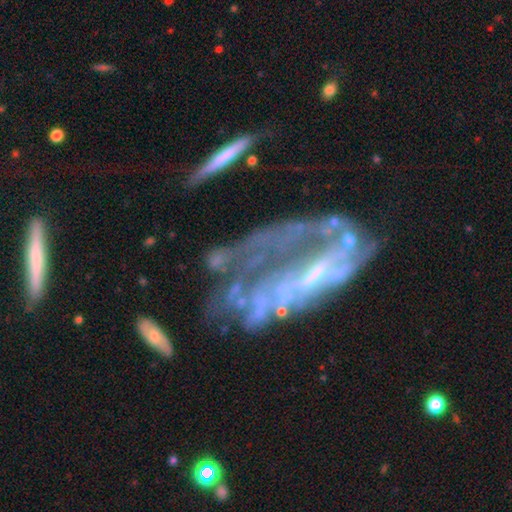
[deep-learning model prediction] A featured or disk galaxy (72%) with no bar (45%), spiral arms (56%) and a small central bulge (36%).

Vote fractions:
- Smooth or featured? featured or disk: 72% / smooth: 16% / star or artifact: 12%
- Edge-on disk? no: 85% / yes: 15%
- Bar? no: 45% / weak: 30% / strong: 26%
- Spiral arms? yes: 56% / no: 44%
- Bulge size? small: 36% / none: 33% / moderate: 25% / large: 4% / dominant: 2%
- Merging? none: 33% (tied) / major disturbance: 33% (tied) / minor disturbance: 19% / merger: 15%